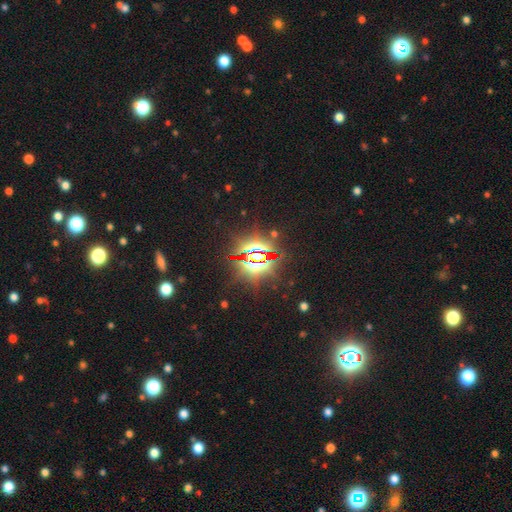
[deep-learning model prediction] Smooth or featured? star or artifact (82%)